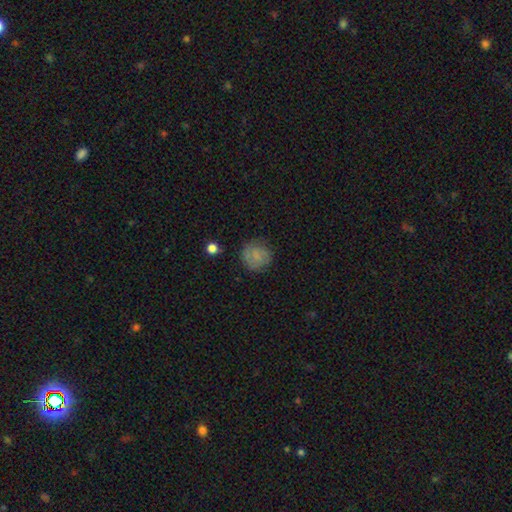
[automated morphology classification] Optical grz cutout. It shows a smooth galaxy with no disk features (72%) that is round (89%). Merging: none (78%).